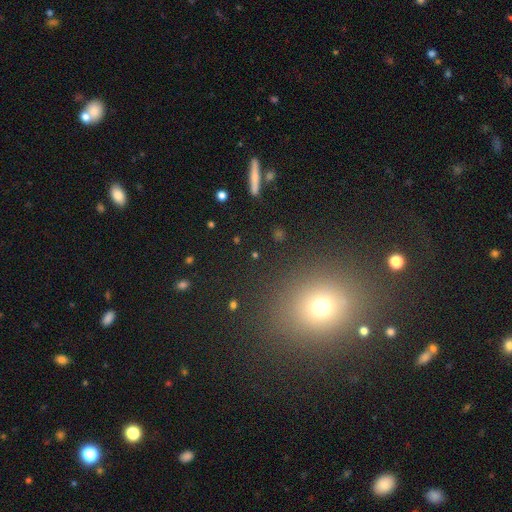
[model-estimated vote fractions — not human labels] Smooth or featured: smooth — 50% (star or artifact — 38%)
Merging: none — 86% (minor disturbance — 7%)